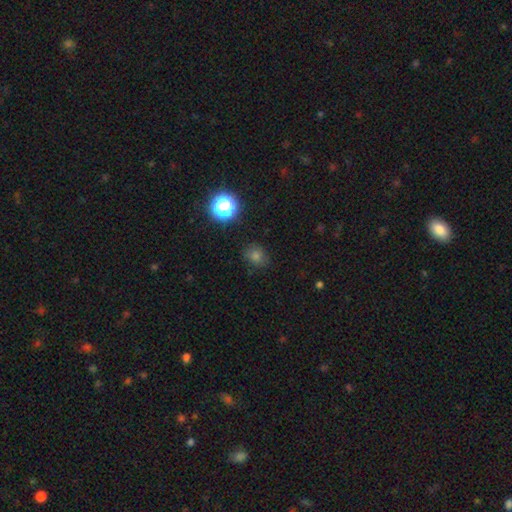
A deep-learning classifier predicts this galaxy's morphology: Smooth or featured?
  - smooth: 73% *
  - star or artifact: 21%
  - featured or disk: 6%
How rounded?
  - round: 71% *
  - in between: 28%
  - cigar-shaped: 1%
Merging?
  - none: 85% *
  - minor disturbance: 11%
  - major disturbance: 3%
  - merger: 2%